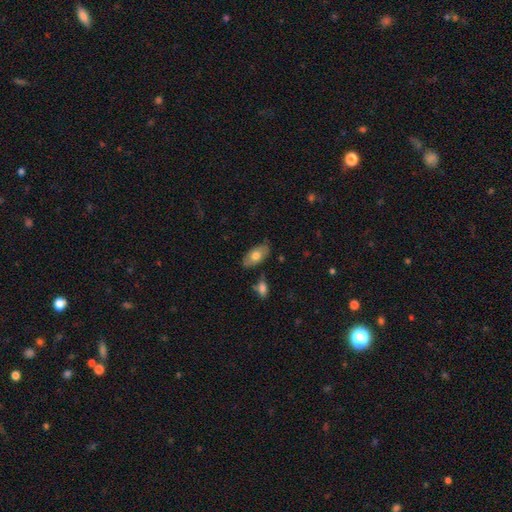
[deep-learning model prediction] This appears to be a smooth galaxy with no disk features (70%) that is in between round and cigar-shaped (92%). Merging: none (77%).